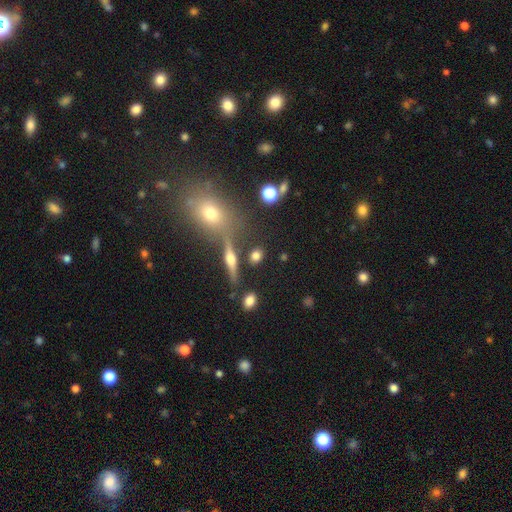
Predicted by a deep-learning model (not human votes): Smooth or featured?
  - smooth: 66% *
  - featured or disk: 22%
  - star or artifact: 12%
How rounded?
  - in between: 44% *
  - round: 43%
  - cigar-shaped: 13%
Merging?
  - none: 77% *
  - minor disturbance: 10%
  - merger: 9%
  - major disturbance: 4%